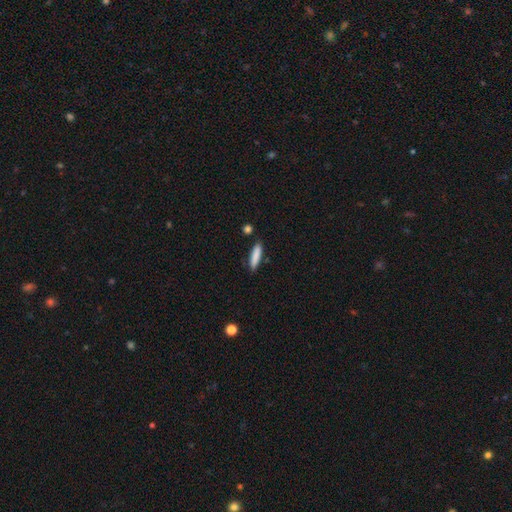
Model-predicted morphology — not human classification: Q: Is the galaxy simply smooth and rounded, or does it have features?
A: smooth — 86%.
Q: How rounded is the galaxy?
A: cigar-shaped — 80%.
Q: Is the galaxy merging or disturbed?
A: none — 85%.